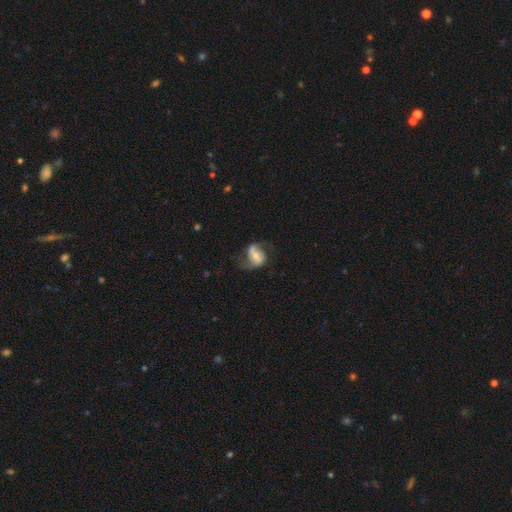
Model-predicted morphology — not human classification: Smooth or featured: featured or disk — 73% (smooth — 20%)
Edge-on disk: no — 97% (yes — 3%)
Bar: weak — 38% (strong — 33%)
Spiral arms: yes — 89% (no — 11%)
Spiral winding: loose — 51% (medium — 38%)
Spiral arm count: 2 — 87% (can't tell — 5%)
Bulge size: small — 45% (moderate — 44%)
Merging: none — 58% (minor disturbance — 20%)